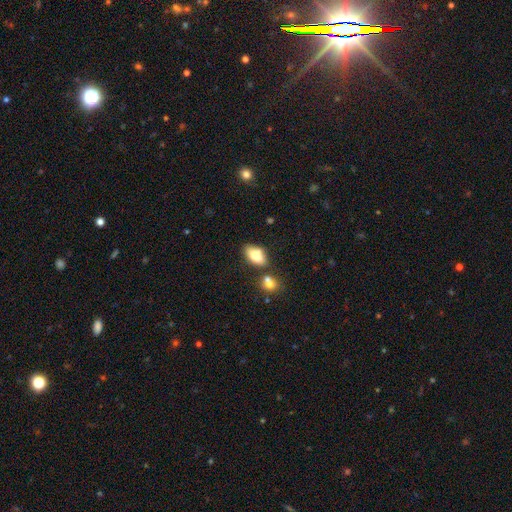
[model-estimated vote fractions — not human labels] Q: Smooth or featured?
A: smooth (78%); runner-up: featured or disk (14%)
Q: How rounded?
A: in between (90%); runner-up: round (6%)
Q: Merging?
A: none (60%); runner-up: merger (19%)